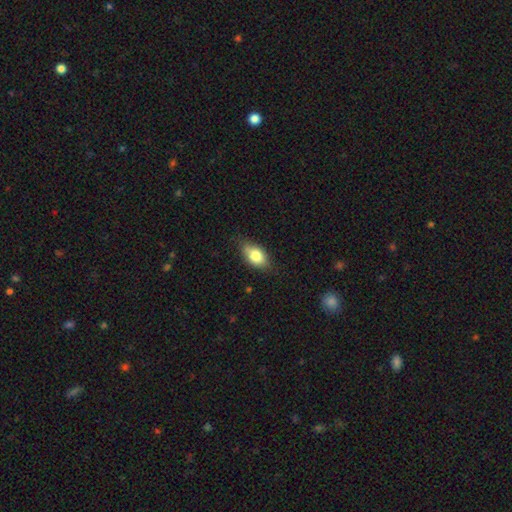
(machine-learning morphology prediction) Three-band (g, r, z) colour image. It shows a smooth galaxy with no disk features (77%) that is in between round and cigar-shaped (85%). Merging: none (74%).